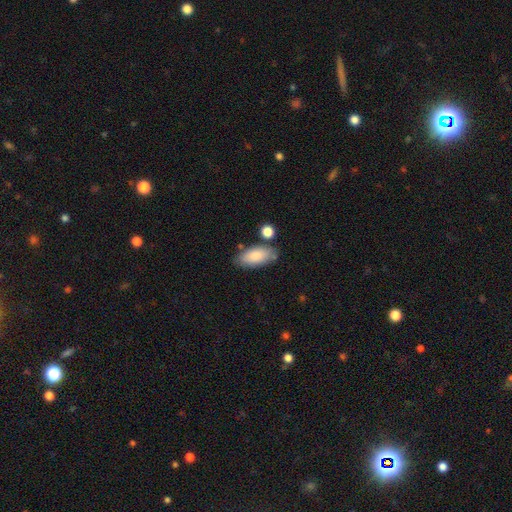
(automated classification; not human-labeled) Smooth or featured?
  - smooth: 84% *
  - featured or disk: 10%
  - star or artifact: 6%
How rounded?
  - in between: 89% *
  - cigar-shaped: 8%
  - round: 2%
Merging?
  - none: 74% *
  - minor disturbance: 15%
  - merger: 7%
  - major disturbance: 4%